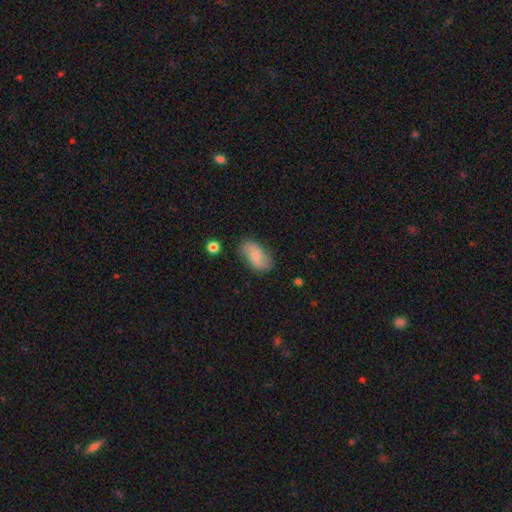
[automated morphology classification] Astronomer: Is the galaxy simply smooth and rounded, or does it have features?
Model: smooth — 51% (runner-up: featured or disk, 42%).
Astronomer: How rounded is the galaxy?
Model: in between — 91%.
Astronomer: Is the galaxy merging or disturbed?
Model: none — 74%.